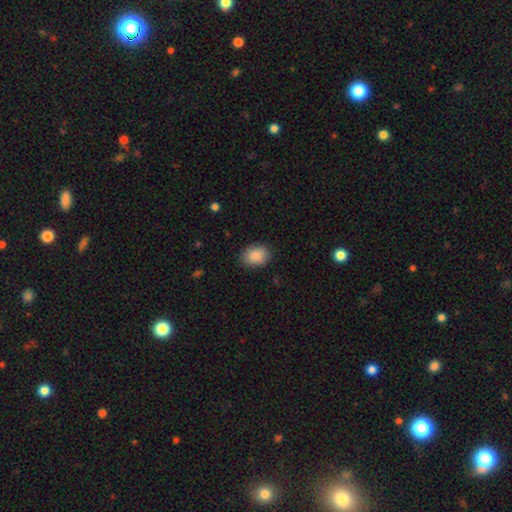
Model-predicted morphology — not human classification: The model was most divided on "how rounded": in between: 71%, round: 28%, cigar-shaped: 1%. More confident: smooth or featured — smooth (89%); merging — none (86%).